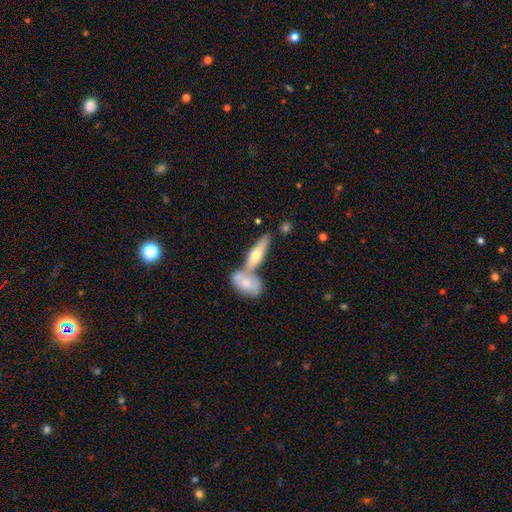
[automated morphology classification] Smooth or featured?
  - smooth: 48% *
  - featured or disk: 46%
  - star or artifact: 6%
Merging?
  - merger: 45% *
  - none: 42%
  - minor disturbance: 9%
  - major disturbance: 4%